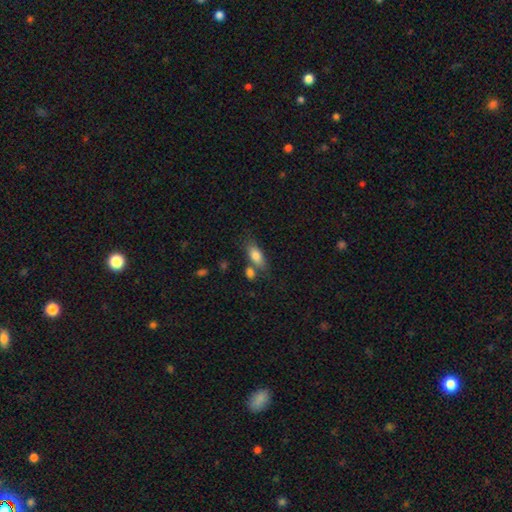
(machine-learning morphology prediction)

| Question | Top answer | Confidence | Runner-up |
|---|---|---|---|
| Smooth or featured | smooth | 80% | featured or disk (12%) |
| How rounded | in between | 80% | cigar-shaped (16%) |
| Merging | none | 58% | merger (21%) |